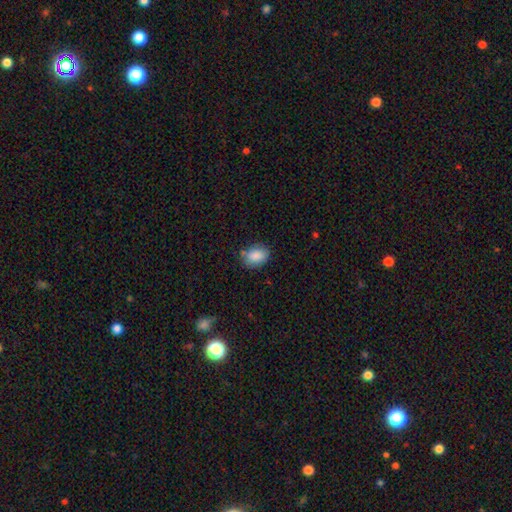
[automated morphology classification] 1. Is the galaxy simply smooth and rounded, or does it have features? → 87% smooth, 8% star or artifact, 5% featured or disk.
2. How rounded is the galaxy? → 76% in between, 23% round, 1% cigar-shaped.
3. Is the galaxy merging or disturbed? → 73% none, 19% minor disturbance, 4% major disturbance, 4% merger.